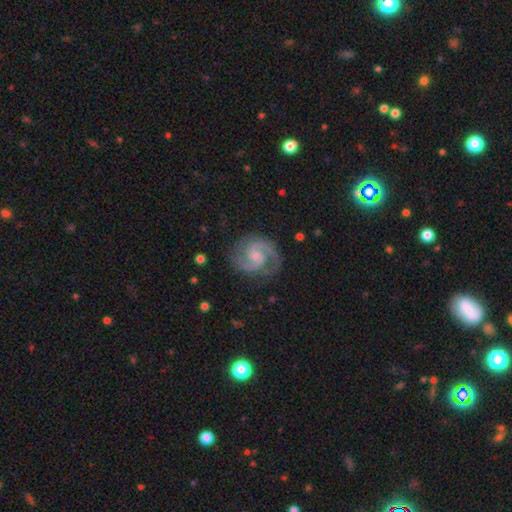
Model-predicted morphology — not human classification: Q: Smooth or featured?
A: featured or disk (92%); runner-up: star or artifact (5%)
Q: Edge-on disk?
A: no (98%); runner-up: yes (2%)
Q: Bar?
A: no (48%); runner-up: weak (43%)
Q: Spiral arms?
A: yes (99%); runner-up: no (1%)
Q: Spiral winding?
A: medium (56%); runner-up: tight (36%)
Q: Spiral arm count?
A: 2 (93%); runner-up: 3 (2%)
Q: Bulge size?
A: small (49%); runner-up: moderate (34%)
Q: Merging?
A: none (83%); runner-up: minor disturbance (12%)